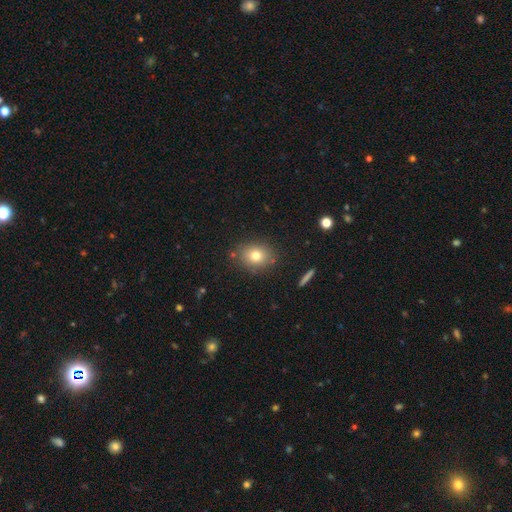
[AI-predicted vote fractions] This appears to be a smooth galaxy with no disk features (76%) that is in between round and cigar-shaped (50%). Merging: none (83%).